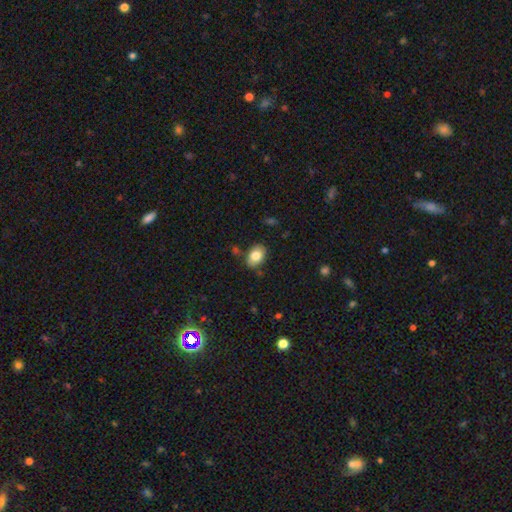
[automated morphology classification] smooth-or-featured: smooth: 81% | featured or disk: 11% | star or artifact: 8%
  how-rounded: in between: 81% | round: 18% | cigar-shaped: 1%
  merging: none: 79% | minor disturbance: 14% | merger: 4% | major disturbance: 3%